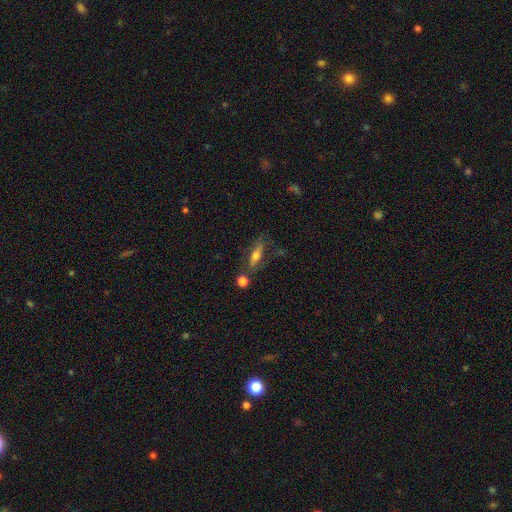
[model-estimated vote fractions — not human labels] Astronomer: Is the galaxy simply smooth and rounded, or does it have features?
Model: smooth — 50% (runner-up: featured or disk, 41%).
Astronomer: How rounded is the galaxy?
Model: cigar-shaped — 58% (runner-up: in between, 38%).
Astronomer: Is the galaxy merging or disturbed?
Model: none — 62%.